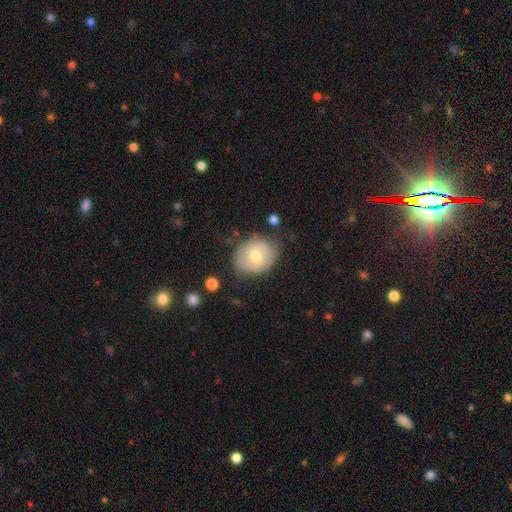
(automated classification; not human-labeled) Smooth or featured?
  - smooth: 59% *
  - featured or disk: 33%
  - star or artifact: 8%
How rounded?
  - round: 59% *
  - in between: 41%
  - cigar-shaped: 1%
Merging?
  - none: 69% *
  - minor disturbance: 23%
  - major disturbance: 6%
  - merger: 2%